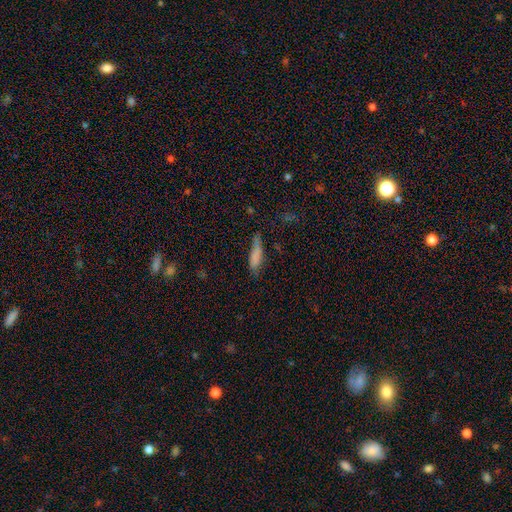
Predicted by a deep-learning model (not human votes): Smooth or featured?
  - smooth: 78% *
  - featured or disk: 13%
  - star or artifact: 9%
How rounded?
  - cigar-shaped: 62% *
  - in between: 36%
  - round: 2%
Merging?
  - none: 47% *
  - minor disturbance: 36%
  - major disturbance: 13%
  - merger: 4%